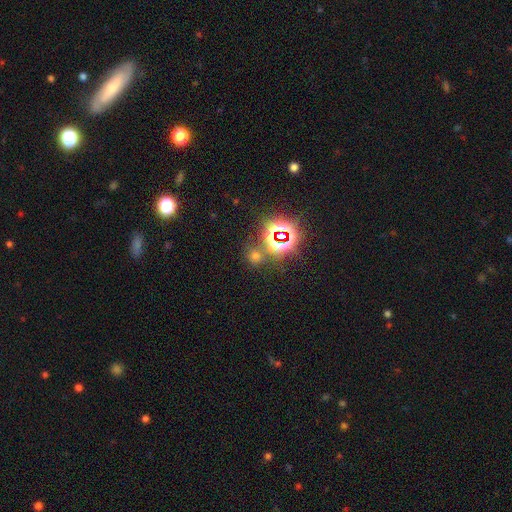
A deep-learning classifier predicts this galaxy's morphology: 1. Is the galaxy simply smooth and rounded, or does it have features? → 49% star or artifact, 45% smooth, 7% featured or disk.